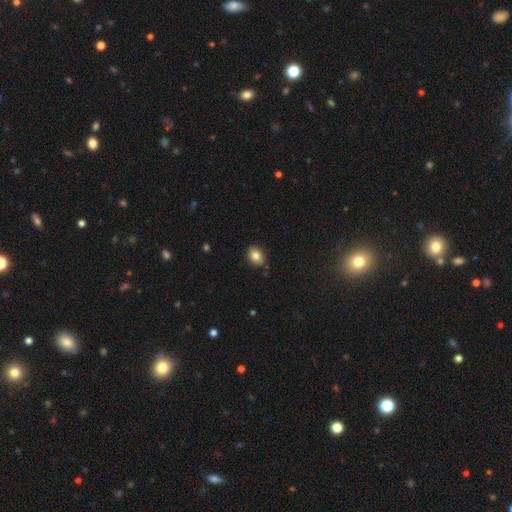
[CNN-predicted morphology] A smooth galaxy with no disk features (83%) that is in between round and cigar-shaped (53%).

Vote fractions:
- Smooth or featured? smooth: 83% / star or artifact: 10% / featured or disk: 7%
- How rounded? in between: 53% / round: 46% / cigar-shaped: 1%
- Merging? none: 84% / minor disturbance: 12% / major disturbance: 2% / merger: 2%